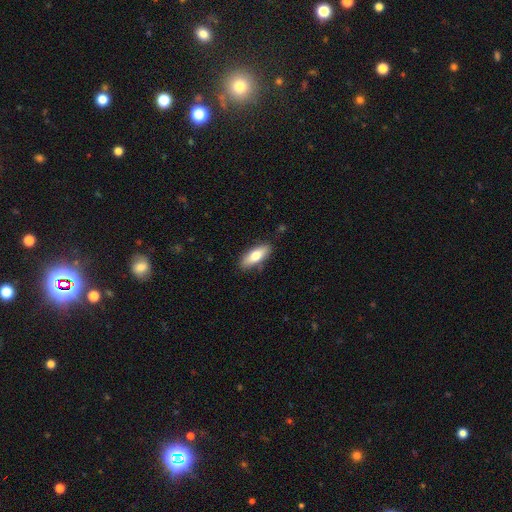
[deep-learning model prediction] This appears to be a smooth galaxy with no disk features (73%) that is in between round and cigar-shaped (71%). Merging: none (85%).